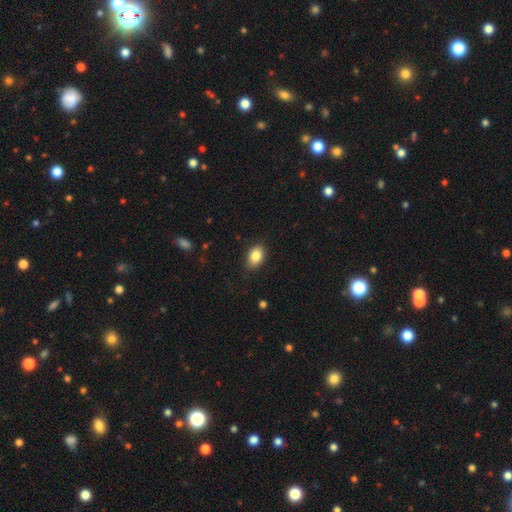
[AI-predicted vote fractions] Q: Smooth or featured?
A: smooth (85%); runner-up: star or artifact (8%)
Q: How rounded?
A: in between (83%); runner-up: round (15%)
Q: Merging?
A: none (85%); runner-up: minor disturbance (11%)